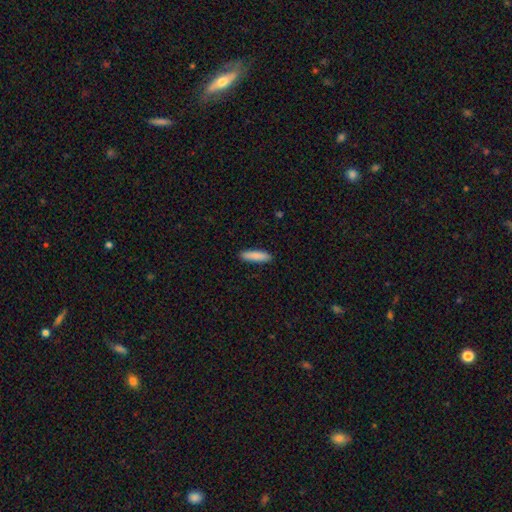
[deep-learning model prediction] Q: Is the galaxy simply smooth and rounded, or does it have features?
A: smooth — 87%.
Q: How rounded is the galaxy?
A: cigar-shaped — 73%.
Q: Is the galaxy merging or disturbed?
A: none — 90%.